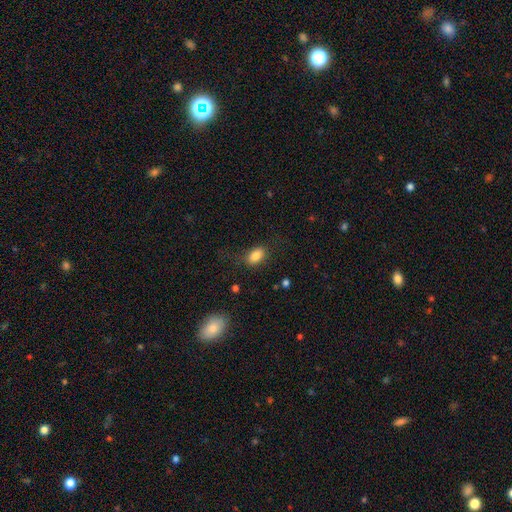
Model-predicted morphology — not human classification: This appears to be a smooth galaxy with no disk features (84%) that is in between round and cigar-shaped (84%). Merging: none (77%).